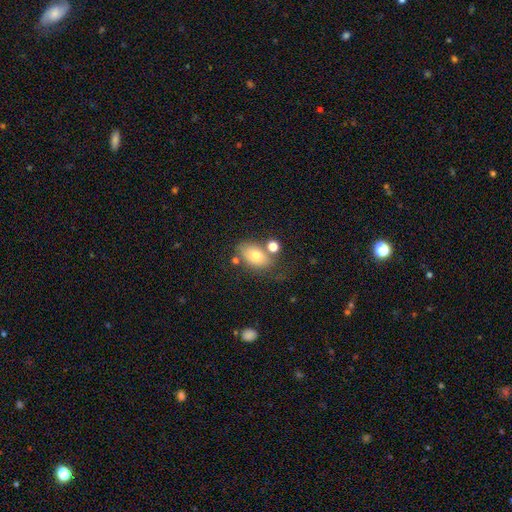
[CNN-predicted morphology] This appears to be a smooth galaxy with no disk features (74%) that is in between round and cigar-shaped (83%). Merging: none (58%).